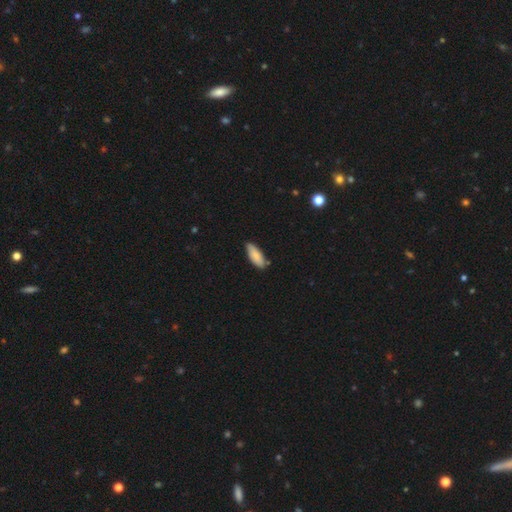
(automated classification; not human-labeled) Smooth or featured? smooth (82%)
How rounded? in between (75%)
Merging? none (76%)